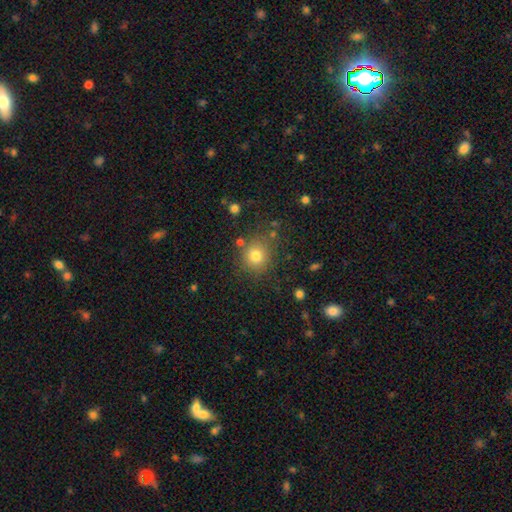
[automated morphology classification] Overall: smooth (79%). How rounded: round (87%). Merging: none (80%).